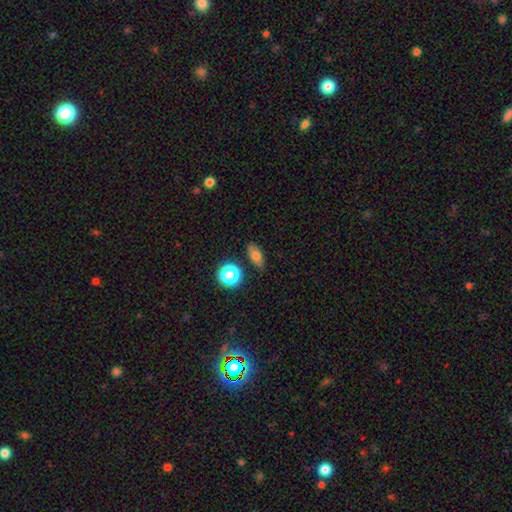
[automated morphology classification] Overall: smooth (73%). How rounded: in between (71%). Merging: none (80%).